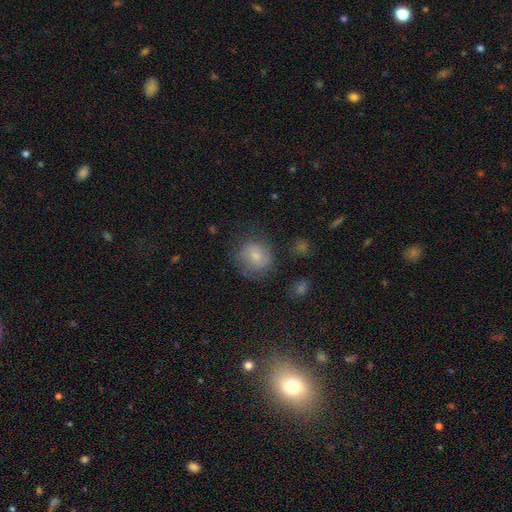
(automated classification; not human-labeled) A smooth galaxy with no disk features (72%) that is round (79%).

Vote fractions:
- Smooth or featured? smooth: 72% / featured or disk: 18% / star or artifact: 10%
- How rounded? round: 79% / in between: 20% / cigar-shaped: 1%
- Merging? none: 66% / minor disturbance: 21% / major disturbance: 10% / merger: 3%